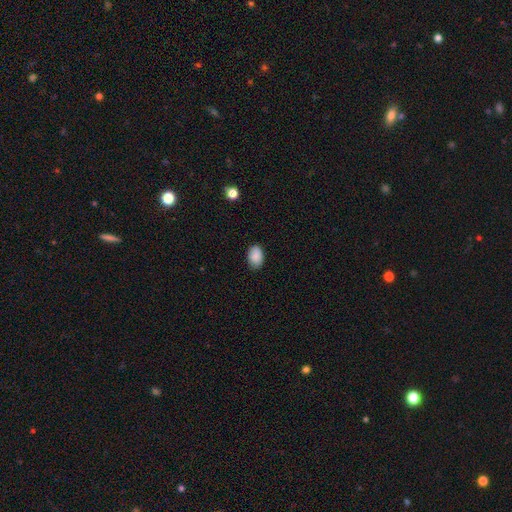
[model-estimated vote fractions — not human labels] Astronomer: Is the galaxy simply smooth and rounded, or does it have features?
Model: smooth — 89%.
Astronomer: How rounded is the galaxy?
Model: in between — 85%.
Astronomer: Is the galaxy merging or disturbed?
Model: none — 82%.